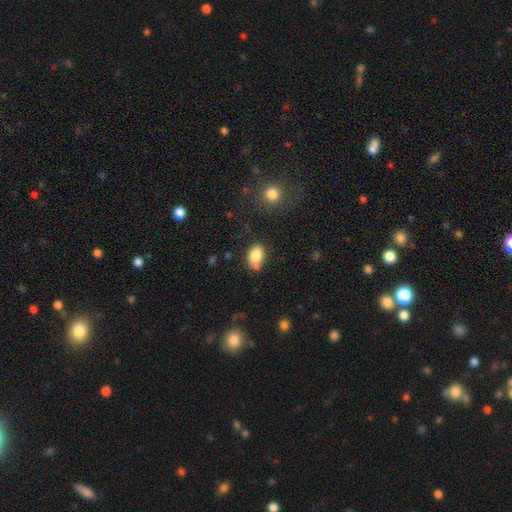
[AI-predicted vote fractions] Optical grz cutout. It shows a smooth galaxy with no disk features (82%) that is in between round and cigar-shaped (81%). Merging: none (62%).